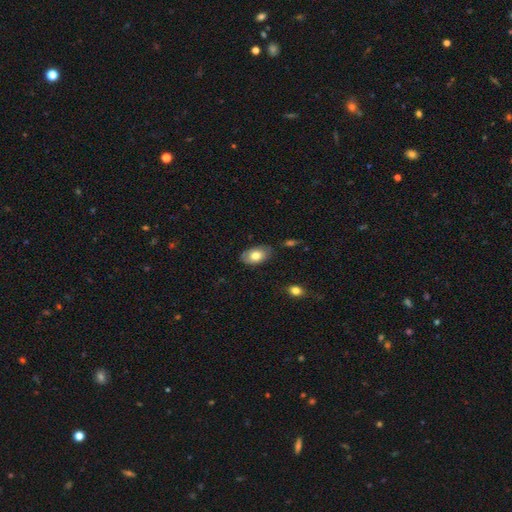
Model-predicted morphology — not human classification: A smooth galaxy with no disk features (72%) that is in between round and cigar-shaped (92%).

Vote fractions:
- Smooth or featured? smooth: 72% / featured or disk: 22% / star or artifact: 7%
- How rounded? in between: 92% / round: 6% / cigar-shaped: 1%
- Merging? none: 76% / minor disturbance: 18% / major disturbance: 3% / merger: 2%